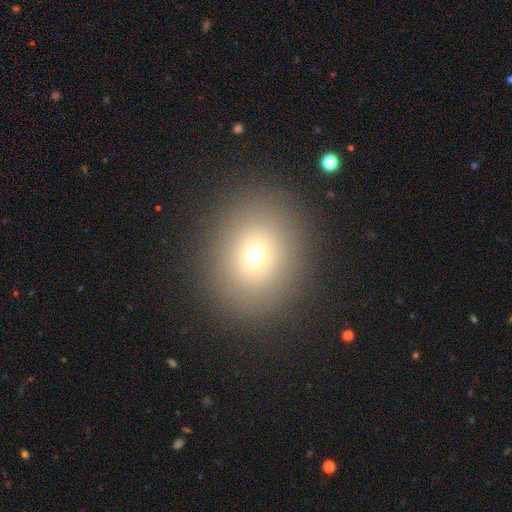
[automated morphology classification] Smooth or featured: smooth — 70% (star or artifact — 17%)
How rounded: round — 65% (in between — 34%)
Merging: none — 88% (minor disturbance — 7%)